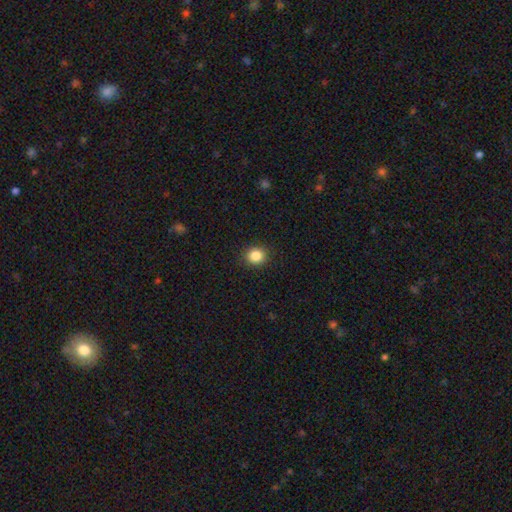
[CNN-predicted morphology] smooth_or_featured: smooth (p=0.85) [alt: star or artifact p=0.11]
how_rounded: round (p=0.84) [alt: in between p=0.15]
merging: none (p=0.91) [alt: minor disturbance p=0.06]